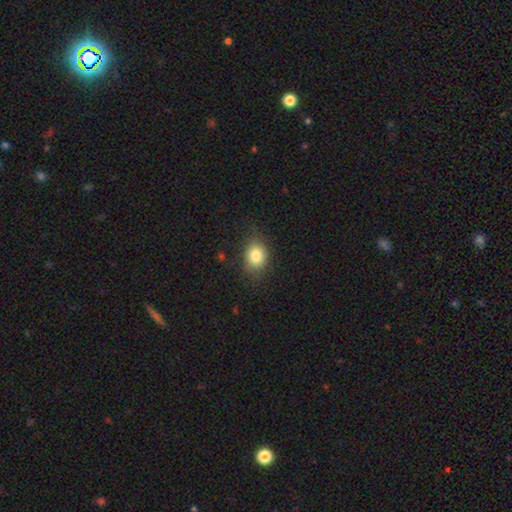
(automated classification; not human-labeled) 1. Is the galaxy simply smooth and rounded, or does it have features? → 82% smooth, 10% star or artifact, 8% featured or disk.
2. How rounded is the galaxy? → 51% in between, 48% round, 1% cigar-shaped.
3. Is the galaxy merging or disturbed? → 80% none, 14% minor disturbance, 4% major disturbance, 1% merger.